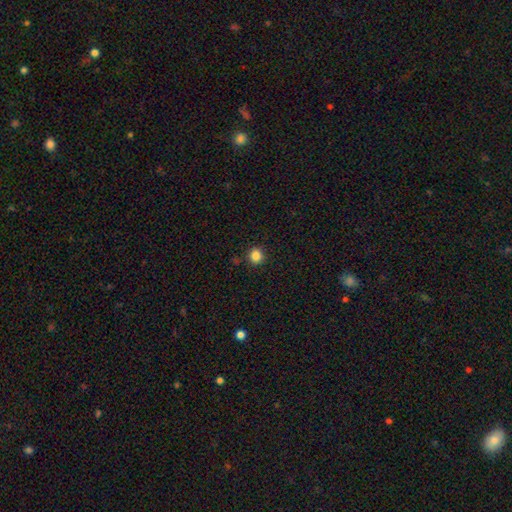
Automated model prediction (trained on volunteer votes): Smooth or featured? smooth (85%)
How rounded? round (89%)
Merging? none (90%)